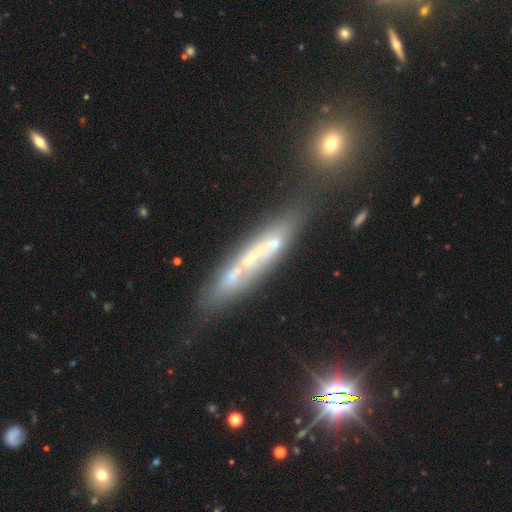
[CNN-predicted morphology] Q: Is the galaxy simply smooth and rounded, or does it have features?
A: featured or disk — 62%.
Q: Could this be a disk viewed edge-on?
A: yes — 68%.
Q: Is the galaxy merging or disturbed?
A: none — 55%.